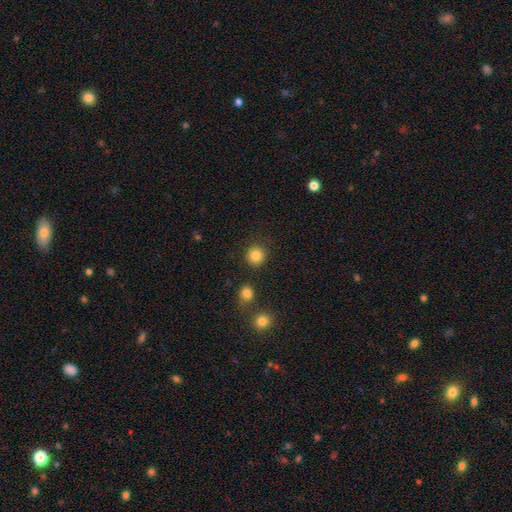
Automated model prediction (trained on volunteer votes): smooth-or-featured: smooth: 85% | star or artifact: 11% | featured or disk: 4%
  how-rounded: round: 91% | in between: 8% | cigar-shaped: 1%
  merging: none: 87% | minor disturbance: 7% | merger: 4% | major disturbance: 3%